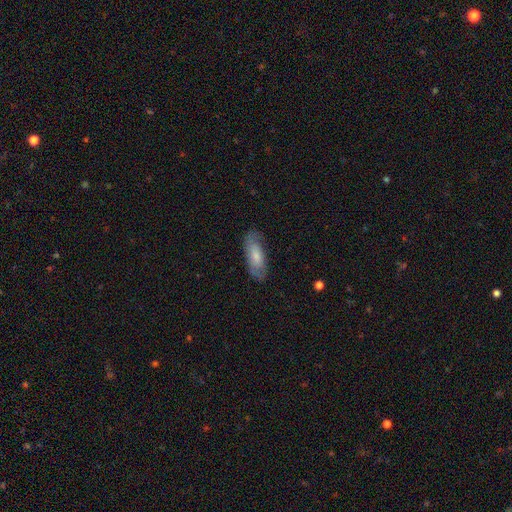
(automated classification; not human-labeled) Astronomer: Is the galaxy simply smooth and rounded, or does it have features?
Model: smooth — 61%.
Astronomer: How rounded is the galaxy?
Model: in between — 71%.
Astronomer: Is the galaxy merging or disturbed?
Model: none — 76%.